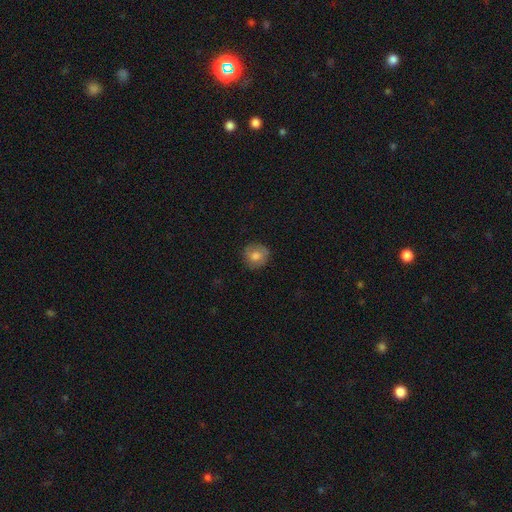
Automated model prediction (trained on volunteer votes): Smooth or featured?
  - smooth: 74% *
  - featured or disk: 17%
  - star or artifact: 9%
How rounded?
  - round: 88% *
  - in between: 11%
  - cigar-shaped: 1%
Merging?
  - none: 81% *
  - minor disturbance: 14%
  - major disturbance: 4%
  - merger: 1%